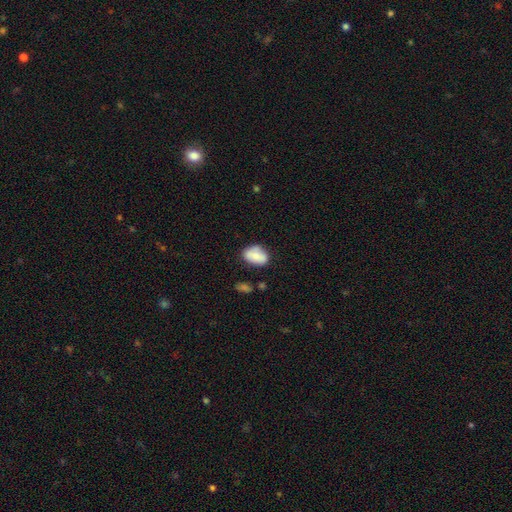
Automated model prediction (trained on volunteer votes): Smooth or featured?
  - smooth: 76% *
  - featured or disk: 17%
  - star or artifact: 7%
How rounded?
  - in between: 83% *
  - round: 16%
  - cigar-shaped: 2%
Merging?
  - none: 66% *
  - minor disturbance: 23%
  - merger: 6%
  - major disturbance: 5%